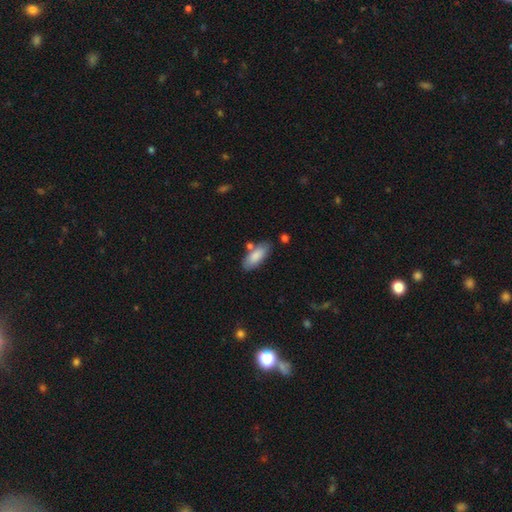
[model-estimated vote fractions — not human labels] Smooth or featured: smooth — 84% (featured or disk — 10%)
How rounded: in between — 79% (cigar-shaped — 19%)
Merging: none — 73% (minor disturbance — 15%)